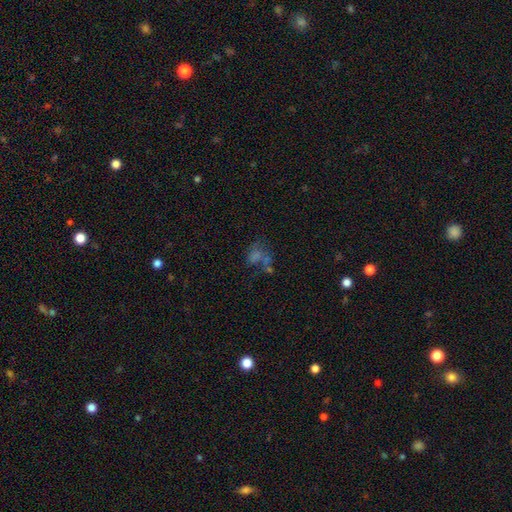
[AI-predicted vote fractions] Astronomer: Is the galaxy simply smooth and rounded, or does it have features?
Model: smooth — 40% (runner-up: star or artifact, 32%).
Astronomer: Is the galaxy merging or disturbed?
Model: none — 36% (runner-up: major disturbance, 25%).